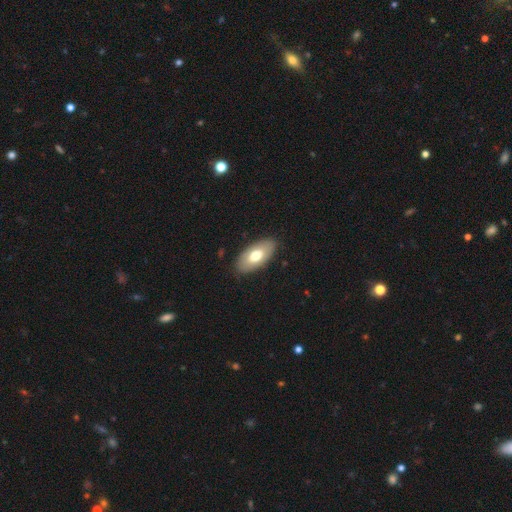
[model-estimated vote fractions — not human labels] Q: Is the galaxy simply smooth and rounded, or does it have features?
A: smooth — 66%.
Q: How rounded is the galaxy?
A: in between — 93%.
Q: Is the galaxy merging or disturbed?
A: none — 86%.